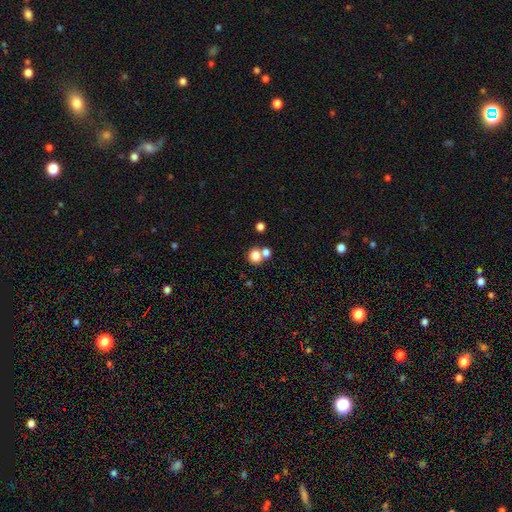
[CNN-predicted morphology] smooth_or_featured: smooth (p=0.80) [alt: star or artifact p=0.12]
how_rounded: round (p=0.77) [alt: in between p=0.22]
merging: none (p=0.50) [alt: merger p=0.38]